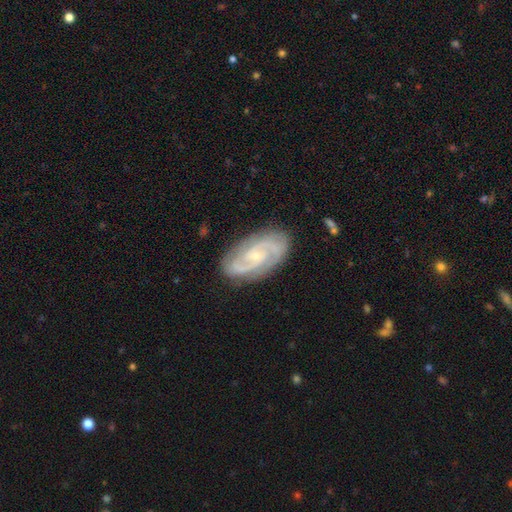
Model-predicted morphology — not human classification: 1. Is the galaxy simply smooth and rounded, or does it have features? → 88% featured or disk, 7% smooth, 5% star or artifact.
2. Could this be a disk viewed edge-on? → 96% no, 4% yes.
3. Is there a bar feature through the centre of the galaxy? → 58% no, 34% weak, 9% strong.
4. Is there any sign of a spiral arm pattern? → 97% yes, 3% no.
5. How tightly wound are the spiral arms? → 54% tight, 38% medium, 8% loose.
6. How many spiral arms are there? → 62% 2, 17% 3, 10% can't tell, 4% 4, 3% 1, 3% more than 4.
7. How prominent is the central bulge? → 76% small, 20% moderate, 2% none, 1% large, 1% dominant.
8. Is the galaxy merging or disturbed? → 82% none, 13% minor disturbance, 3% major disturbance, 1% merger.